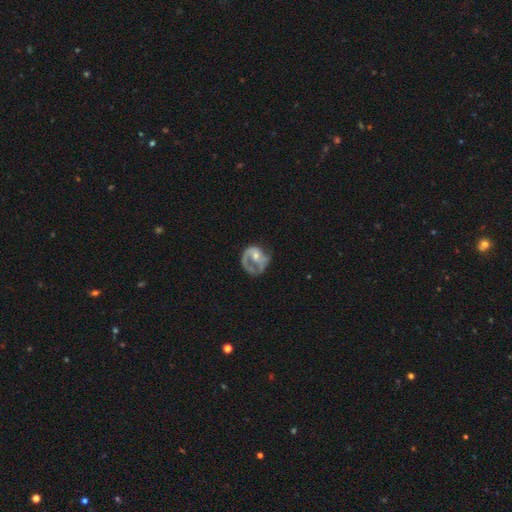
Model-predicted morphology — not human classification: The model was most divided on "merging": major disturbance: 38%, none: 37%, minor disturbance: 22%, merger: 3%. Remaining: edge-on disk — no (98%); spiral arms — yes (72%); smooth or featured — featured or disk (68%); bar — no (61%); bulge size — moderate (45%).